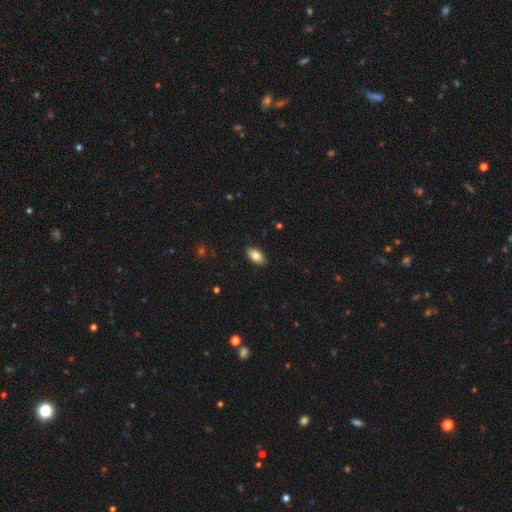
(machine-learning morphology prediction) Smooth or featured: smooth — 84% (featured or disk — 9%)
How rounded: in between — 93% (cigar-shaped — 4%)
Merging: none — 88% (minor disturbance — 9%)